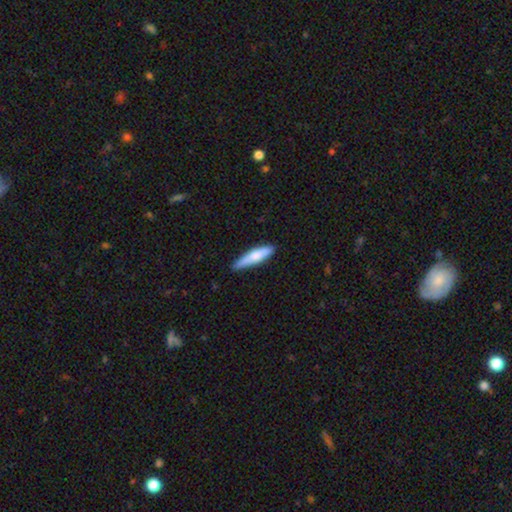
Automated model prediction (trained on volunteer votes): Smooth or featured? smooth (71%)
How rounded? cigar-shaped (82%)
Merging? none (80%)